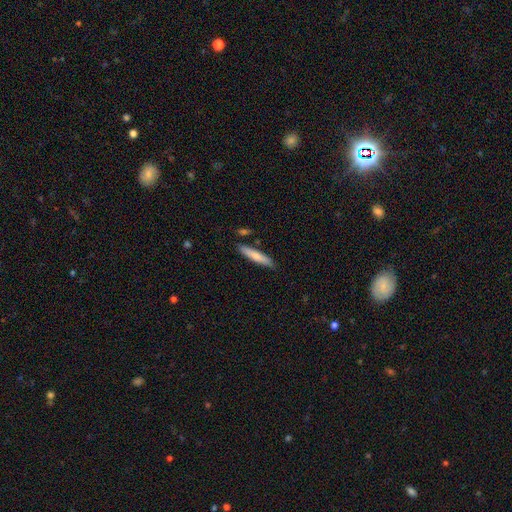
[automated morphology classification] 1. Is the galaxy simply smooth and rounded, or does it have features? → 70% smooth, 24% featured or disk, 6% star or artifact.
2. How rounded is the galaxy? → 87% cigar-shaped, 12% in between, 1% round.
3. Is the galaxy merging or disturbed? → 82% none, 11% minor disturbance, 4% merger, 2% major disturbance.